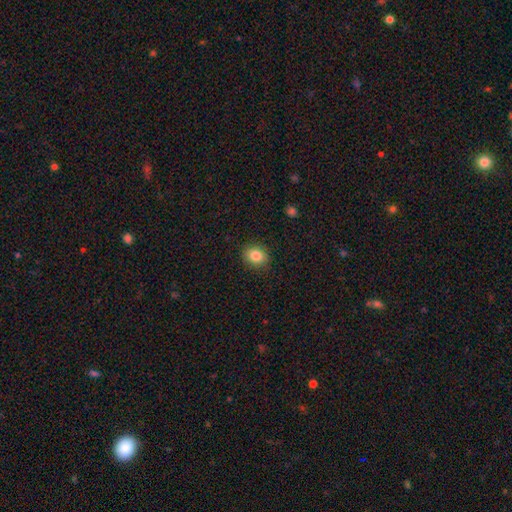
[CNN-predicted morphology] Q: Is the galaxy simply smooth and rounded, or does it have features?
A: smooth — 85%.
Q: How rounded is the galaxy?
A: round — 60%.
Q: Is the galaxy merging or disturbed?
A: none — 88%.